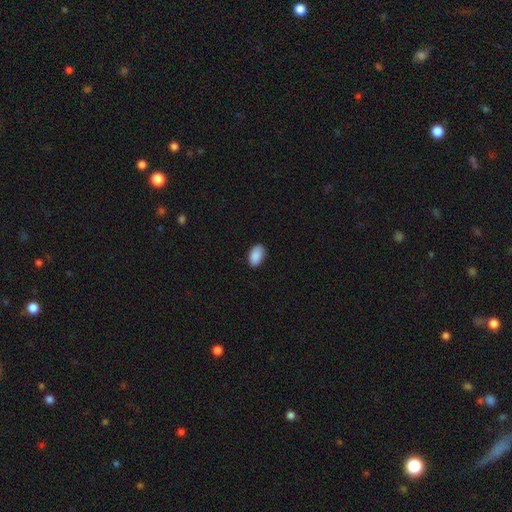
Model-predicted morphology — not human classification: Smooth or featured? Predicted: smooth (p=0.90). How rounded? Predicted: in between (p=0.93). Merging? Predicted: none (p=0.86).